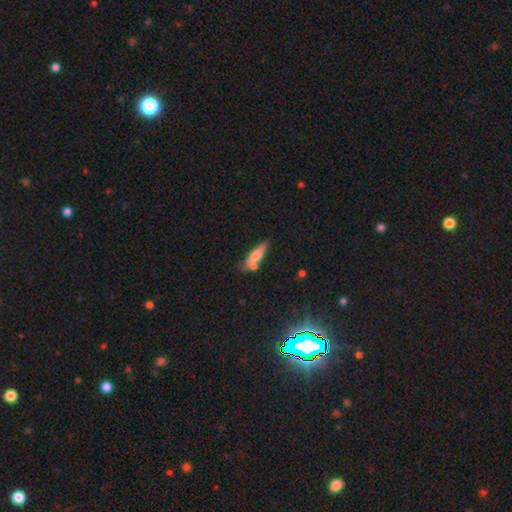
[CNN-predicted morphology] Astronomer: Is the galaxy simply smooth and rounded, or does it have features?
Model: smooth — 64%.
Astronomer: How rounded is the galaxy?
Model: cigar-shaped — 57% (runner-up: in between, 41%).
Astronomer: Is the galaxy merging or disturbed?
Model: none — 56%.